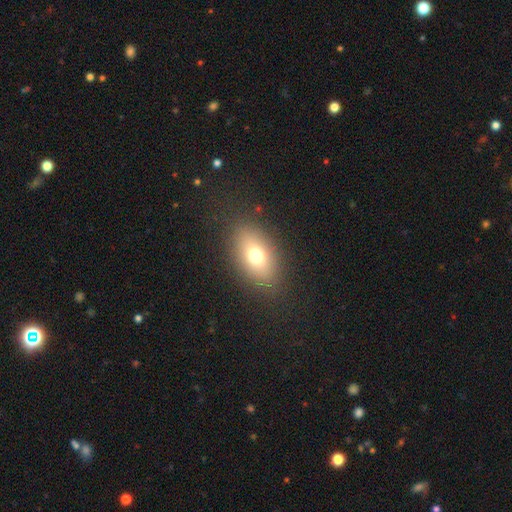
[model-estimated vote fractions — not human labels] Smooth or featured?
  - smooth: 72% *
  - featured or disk: 16%
  - star or artifact: 13%
How rounded?
  - in between: 82% *
  - round: 16%
  - cigar-shaped: 2%
Merging?
  - none: 85% *
  - minor disturbance: 10%
  - major disturbance: 5%
  - merger: 1%